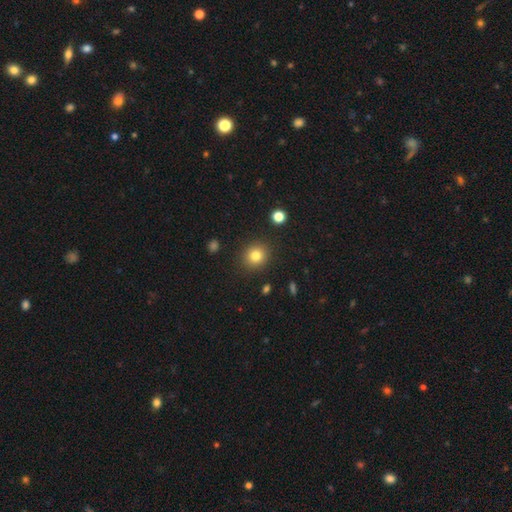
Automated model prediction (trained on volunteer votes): Smooth or featured? Predicted: smooth (p=0.81). How rounded? Predicted: round (p=0.86). Merging? Predicted: none (p=0.89).